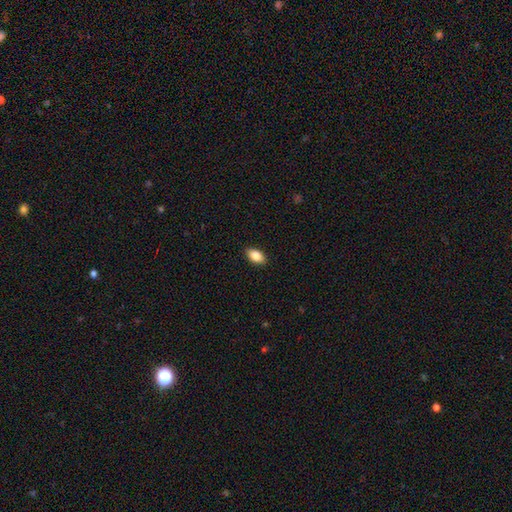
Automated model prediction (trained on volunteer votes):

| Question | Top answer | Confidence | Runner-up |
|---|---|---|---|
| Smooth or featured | smooth | 85% | featured or disk (8%) |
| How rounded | in between | 92% | round (5%) |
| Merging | none | 90% | minor disturbance (7%) |